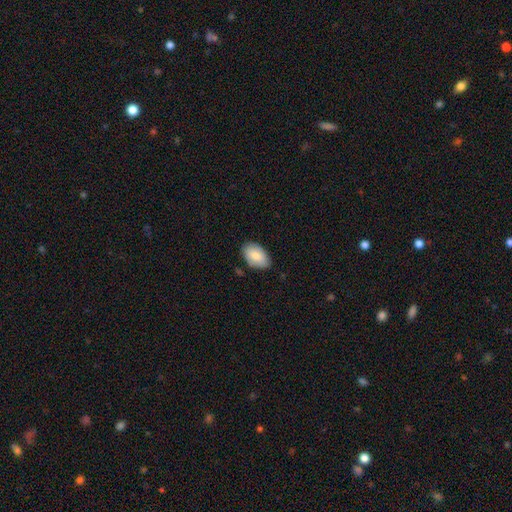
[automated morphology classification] This appears to be a smooth galaxy with no disk features (84%) that is in between round and cigar-shaped (93%). Merging: none (80%).